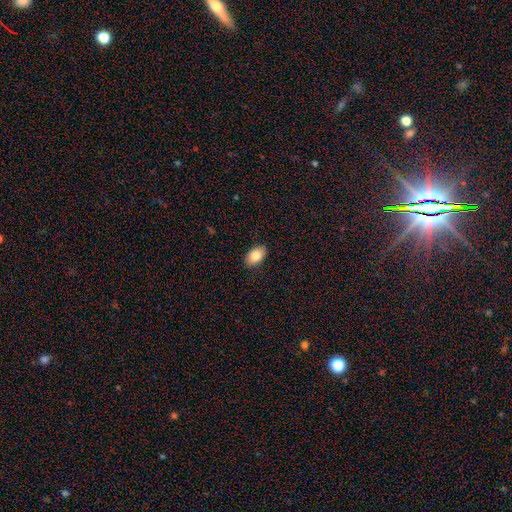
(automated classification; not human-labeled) The model was most divided on "smooth or featured": smooth: 83%, featured or disk: 10%, star or artifact: 7%. More confident: how rounded — in between (90%); merging — none (89%).